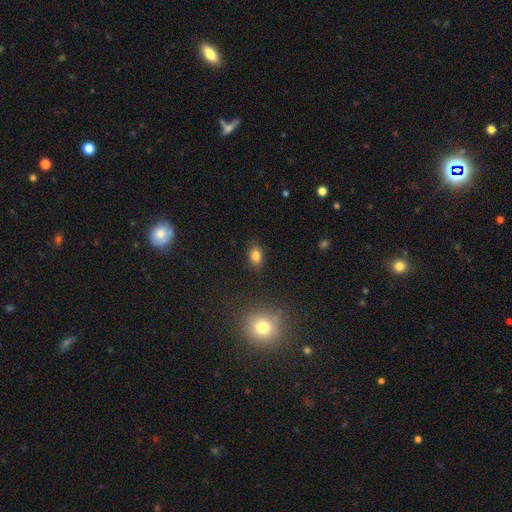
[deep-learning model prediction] This appears to be a smooth galaxy with no disk features (81%) that is in between round and cigar-shaped (78%). Merging: none (84%).